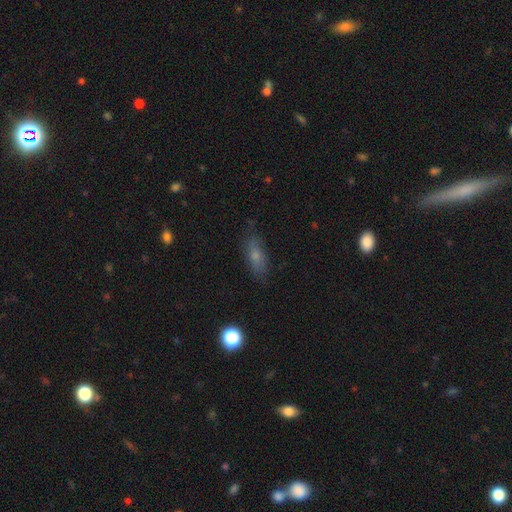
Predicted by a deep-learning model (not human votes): smooth 65%, featured or disk 23%, star or artifact 13%. Down the decision tree: how rounded — in between (65%); merging — none (78%).